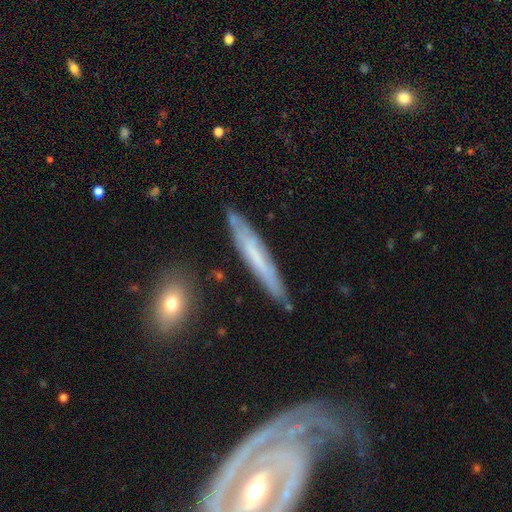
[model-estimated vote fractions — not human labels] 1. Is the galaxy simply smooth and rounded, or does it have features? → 51% featured or disk, 42% smooth, 8% star or artifact.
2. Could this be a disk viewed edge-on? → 77% yes, 23% no.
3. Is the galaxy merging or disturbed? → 81% none, 14% minor disturbance, 3% major disturbance, 2% merger.